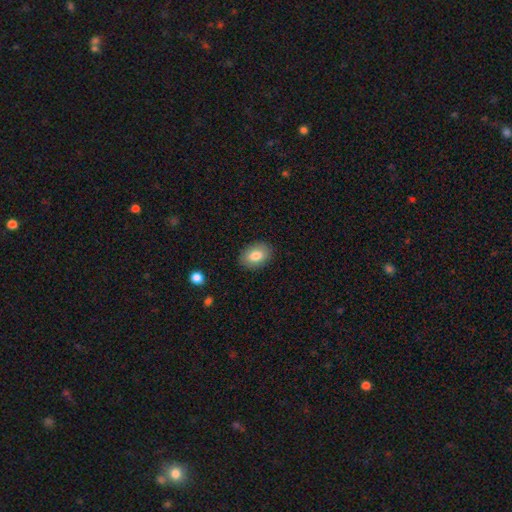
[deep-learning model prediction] smooth 82%, featured or disk 10%, star or artifact 7%. Down the decision tree: how rounded — in between (84%); merging — none (87%).